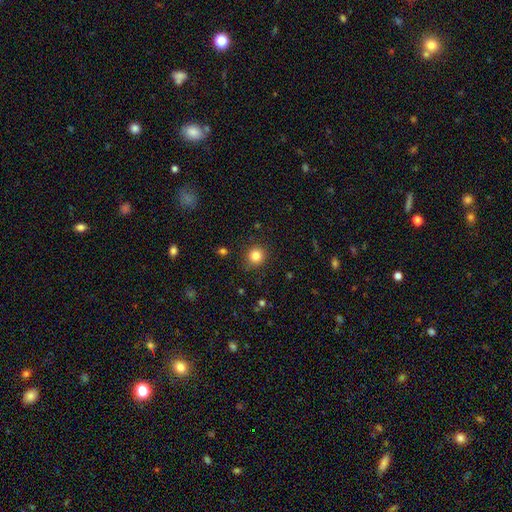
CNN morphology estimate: smooth-or-featured: smooth: 83% | star or artifact: 12% | featured or disk: 5%
  how-rounded: round: 91% | in between: 8% | cigar-shaped: 1%
  merging: none: 89% | minor disturbance: 8% | major disturbance: 2% | merger: 1%